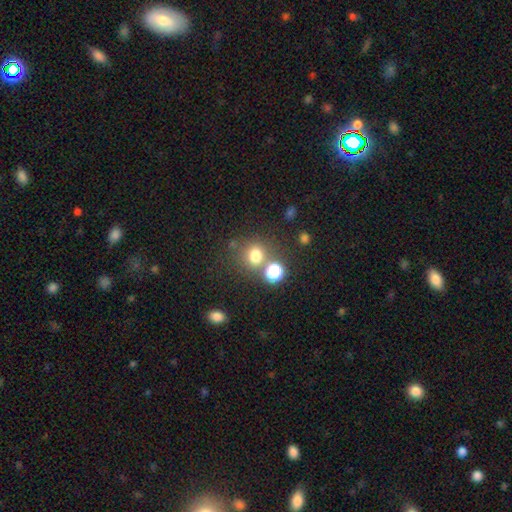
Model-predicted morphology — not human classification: type=smooth (74%); roundness=round (82%); merging=none (67%).